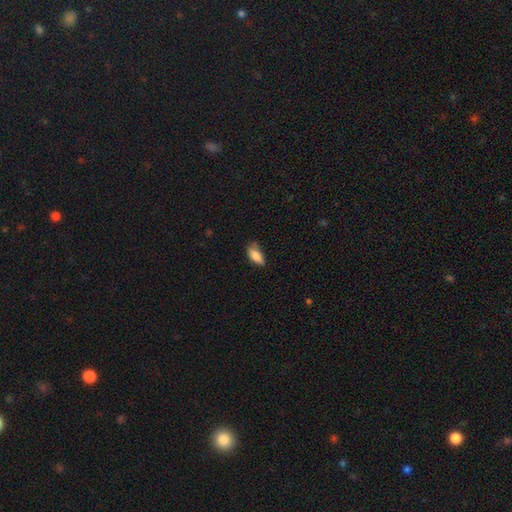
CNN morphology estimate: type=smooth (82%); roundness=in between (82%); merging=none (56%).